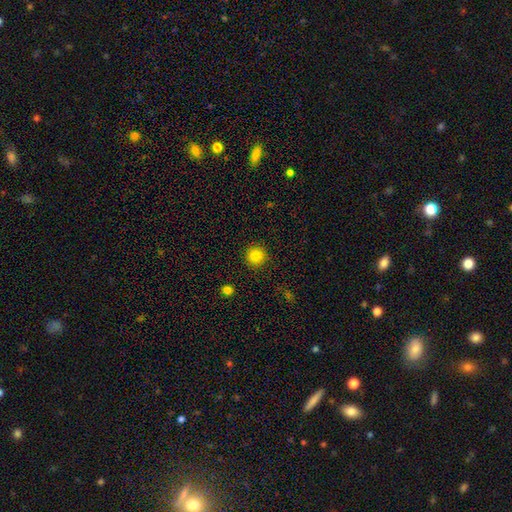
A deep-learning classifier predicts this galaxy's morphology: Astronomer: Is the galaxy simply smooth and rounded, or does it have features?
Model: smooth — 85%.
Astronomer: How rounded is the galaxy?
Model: round — 94%.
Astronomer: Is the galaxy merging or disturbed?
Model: none — 92%.